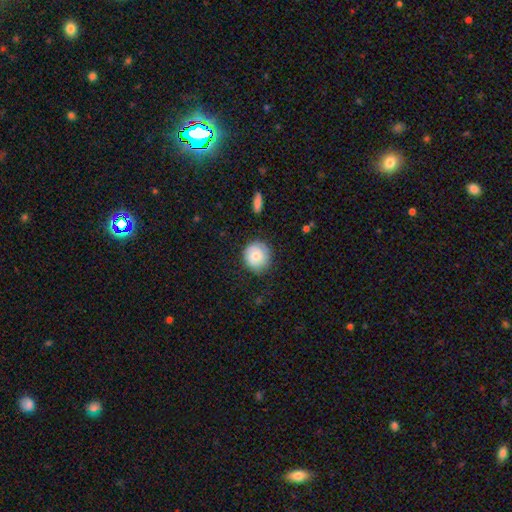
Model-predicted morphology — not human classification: Q: Smooth or featured?
A: smooth (71%); runner-up: featured or disk (21%)
Q: How rounded?
A: round (90%); runner-up: in between (9%)
Q: Merging?
A: none (78%); runner-up: minor disturbance (16%)